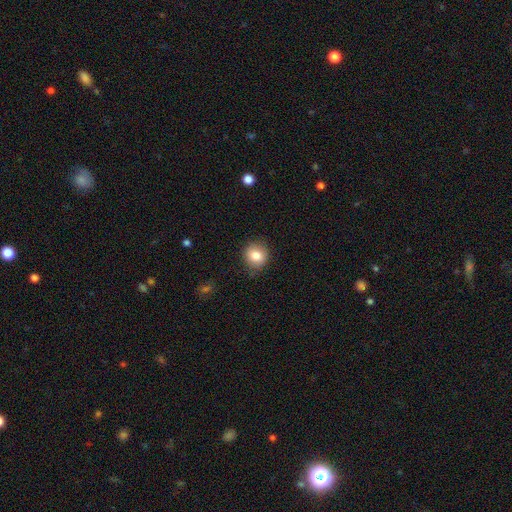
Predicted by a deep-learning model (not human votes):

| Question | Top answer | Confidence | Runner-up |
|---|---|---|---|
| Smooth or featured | smooth | 82% | star or artifact (9%) |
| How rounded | round | 84% | in between (15%) |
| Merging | none | 83% | minor disturbance (13%) |